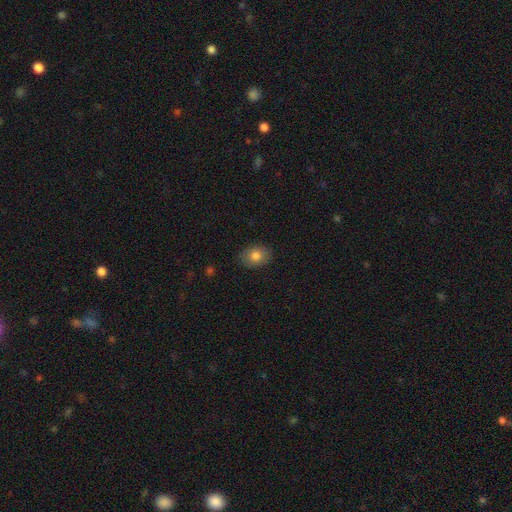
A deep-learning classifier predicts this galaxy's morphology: smooth 80%, featured or disk 11%, star or artifact 9%. Down the decision tree: how rounded — in between (68%); merging — none (87%).